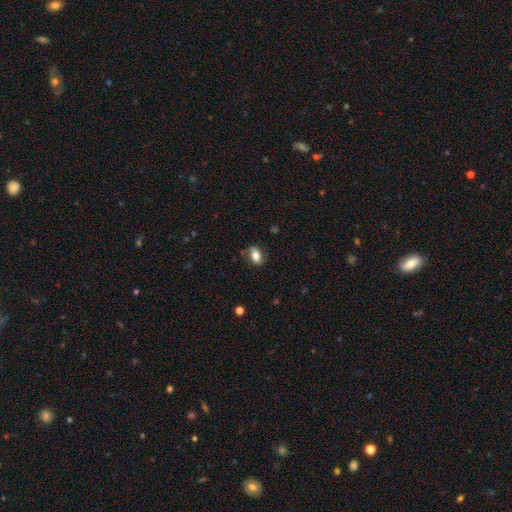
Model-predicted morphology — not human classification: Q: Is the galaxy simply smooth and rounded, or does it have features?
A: smooth — 72%.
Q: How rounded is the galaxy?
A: in between — 85%.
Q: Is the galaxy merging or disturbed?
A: none — 77%.